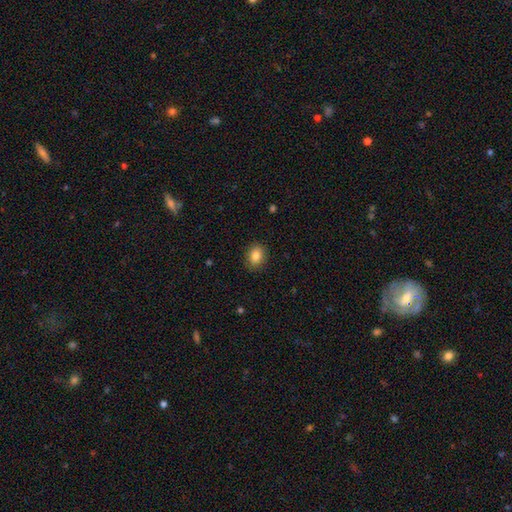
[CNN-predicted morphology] This is clearly a smooth galaxy (85%). How rounded: likely in between (61%). Merging: clearly none (89%).